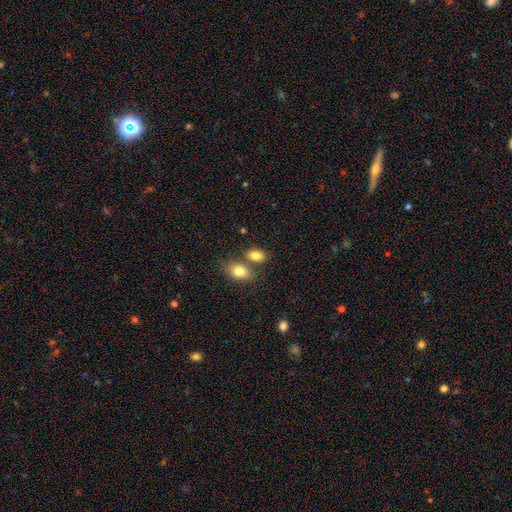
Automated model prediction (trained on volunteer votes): Q: Smooth or featured?
A: smooth (83%); runner-up: star or artifact (9%)
Q: How rounded?
A: in between (83%); runner-up: round (14%)
Q: Merging?
A: none (55%); runner-up: merger (30%)